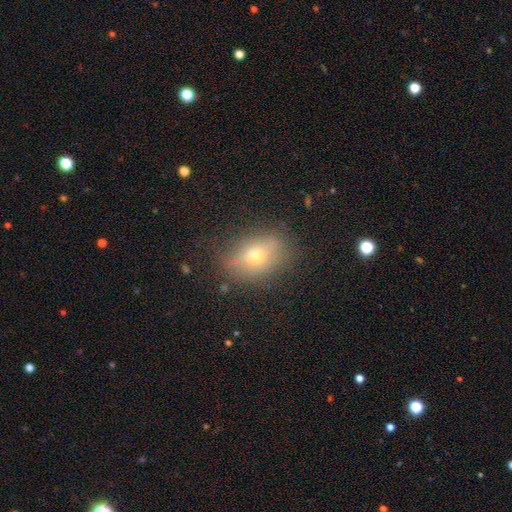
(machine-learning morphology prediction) Q: Smooth or featured?
A: smooth (54%); runner-up: featured or disk (34%)
Q: How rounded?
A: in between (72%); runner-up: round (23%)
Q: Merging?
A: none (78%); runner-up: minor disturbance (16%)